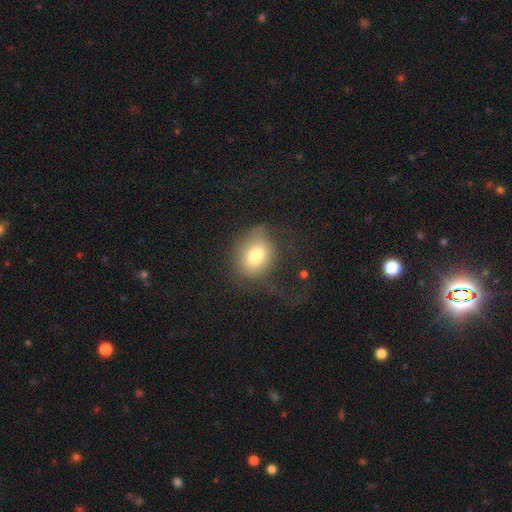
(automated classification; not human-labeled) Smooth or featured: smooth — 75% (featured or disk — 15%)
How rounded: in between — 51% (round — 48%)
Merging: none — 44% (major disturbance — 31%)